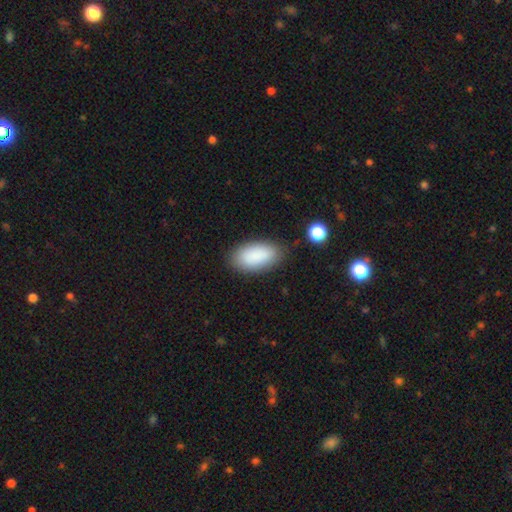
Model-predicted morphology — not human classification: smooth-or-featured: smooth: 88% | star or artifact: 7% | featured or disk: 5%
  how-rounded: in between: 94% | cigar-shaped: 4% | round: 3%
  merging: none: 83% | minor disturbance: 11% | major disturbance: 3% | merger: 2%